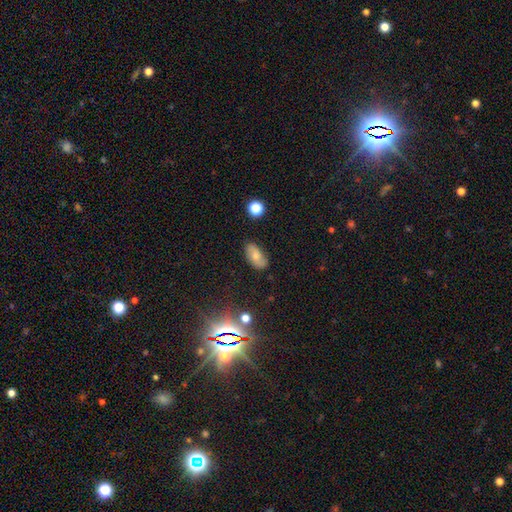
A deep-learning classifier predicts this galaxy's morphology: smooth 61%, featured or disk 28%, star or artifact 11%. Down the decision tree: how rounded — in between (91%); merging — none (79%).